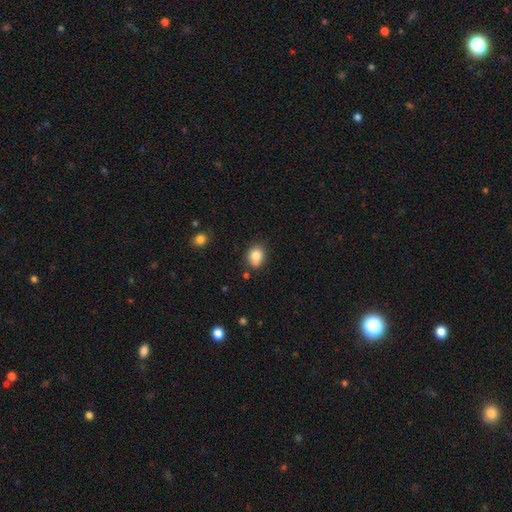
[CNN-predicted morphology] Smooth or featured? smooth (82%)
How rounded? round (53%)
Merging? none (68%)